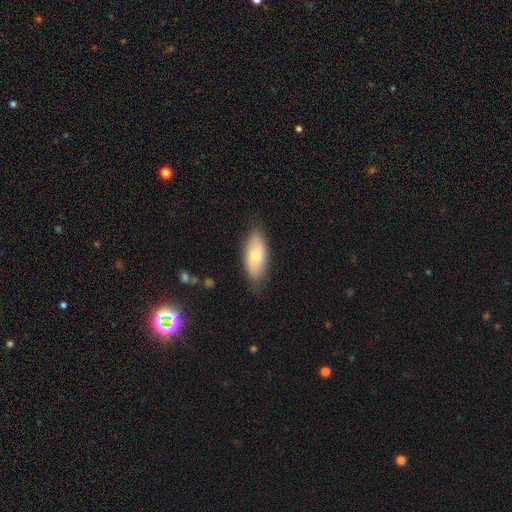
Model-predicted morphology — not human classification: type=smooth (74%); roundness=in between (84%); merging=none (81%).